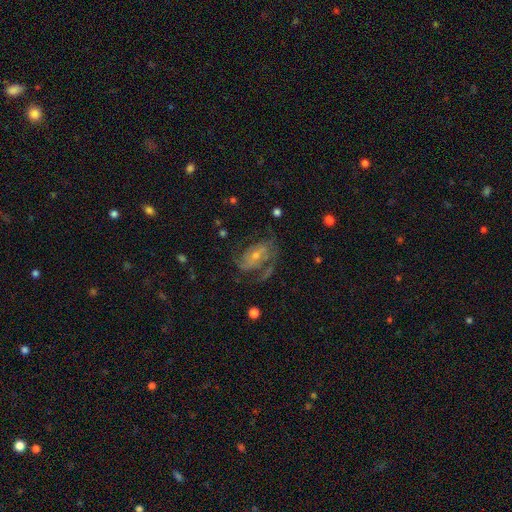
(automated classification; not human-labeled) Morphology: type=featured or disk (77%); edge-on=no (97%); bar=no (51%); spiral arms=yes (89%); winding=medium (45%); arm count=2 (41%); bulge=small (56%); merging=none (50%).